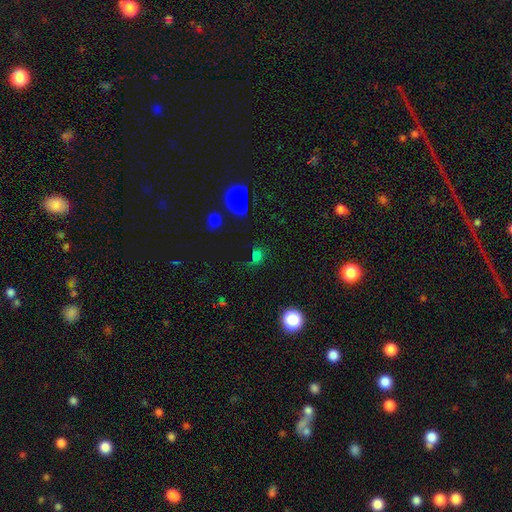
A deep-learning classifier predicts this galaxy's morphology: This appears to be a smooth galaxy with no disk features (59%) that is round (68%). Merging: none (59%).